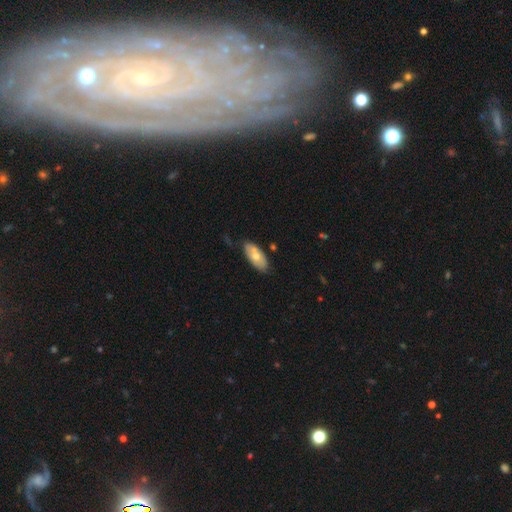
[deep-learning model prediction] Q: Smooth or featured?
A: smooth (59%); runner-up: featured or disk (35%)
Q: How rounded?
A: in between (89%); runner-up: cigar-shaped (8%)
Q: Merging?
A: none (74%); runner-up: minor disturbance (18%)